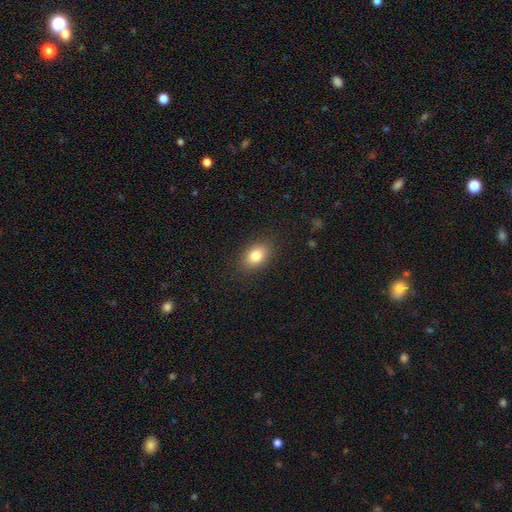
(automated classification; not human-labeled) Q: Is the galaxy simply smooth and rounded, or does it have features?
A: smooth — 82%.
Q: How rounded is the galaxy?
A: in between — 78%.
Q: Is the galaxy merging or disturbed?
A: none — 87%.